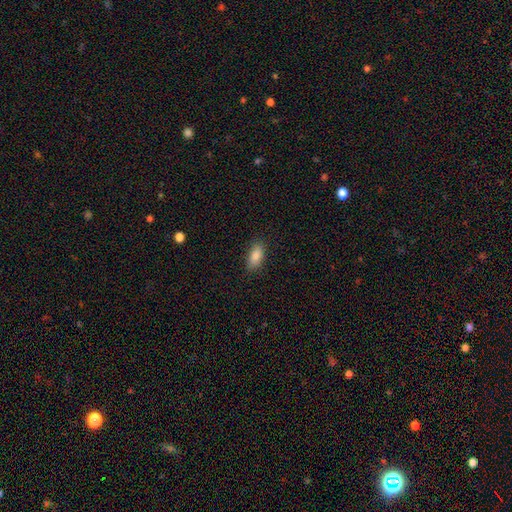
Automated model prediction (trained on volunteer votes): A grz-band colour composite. It shows a smooth galaxy with no disk features (85%) that is in between round and cigar-shaped (84%). Merging: none (86%).